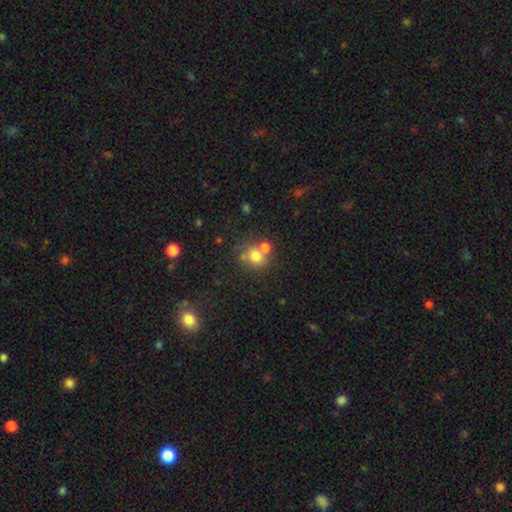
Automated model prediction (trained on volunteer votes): A smooth galaxy with no disk features (74%) that is round (82%).

Vote fractions:
- Smooth or featured? smooth: 74% / star or artifact: 14% / featured or disk: 12%
- How rounded? round: 82% / in between: 17% / cigar-shaped: 1%
- Merging? none: 53% / merger: 34% / minor disturbance: 9% / major disturbance: 4%